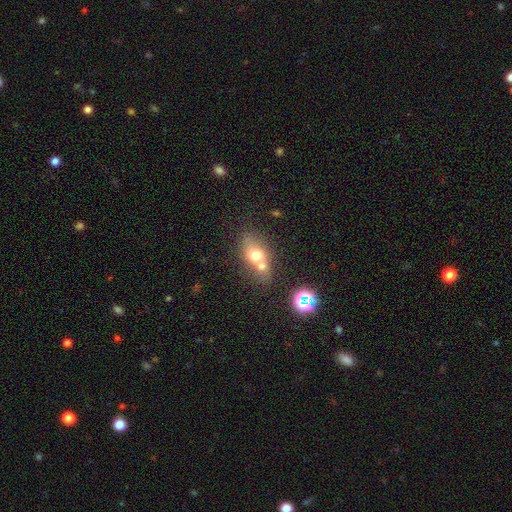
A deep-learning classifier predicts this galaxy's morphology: The model was most divided on "merging": merger: 54%, none: 31%, minor disturbance: 10%, major disturbance: 5%. More confident: smooth or featured — smooth (63%); how rounded — in between (63%).